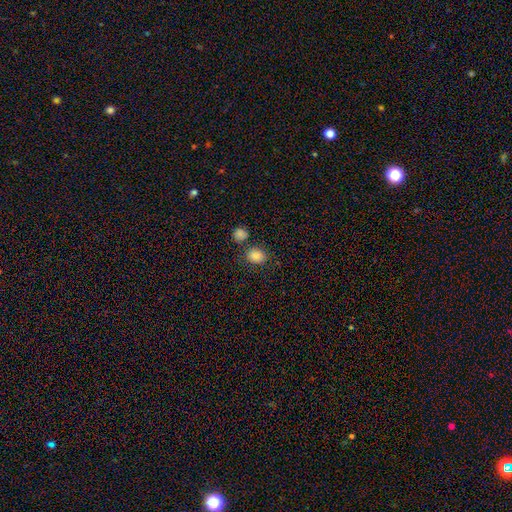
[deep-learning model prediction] The model was most divided on "how rounded": in between: 51%, round: 48%, cigar-shaped: 1%. More confident: smooth or featured — smooth (84%); merging — none (72%).